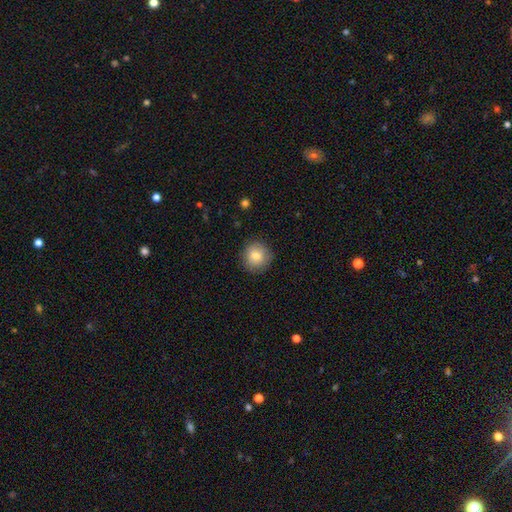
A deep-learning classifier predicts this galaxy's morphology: Smooth or featured: smooth — 79% (featured or disk — 12%)
How rounded: round — 92% (in between — 7%)
Merging: none — 86% (minor disturbance — 10%)